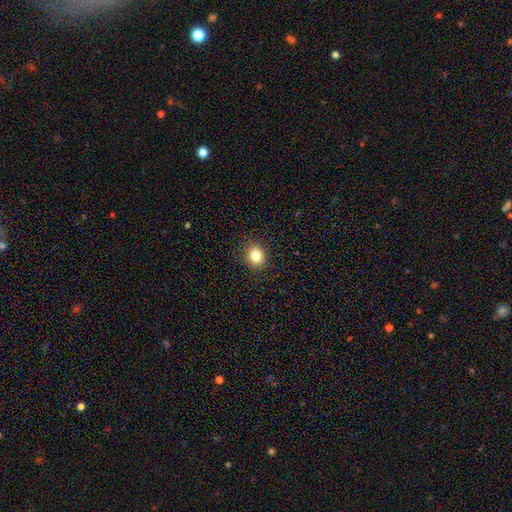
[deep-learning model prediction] Overall: smooth (82%). How rounded: round (60%; in between 39%). Merging: none (89%).